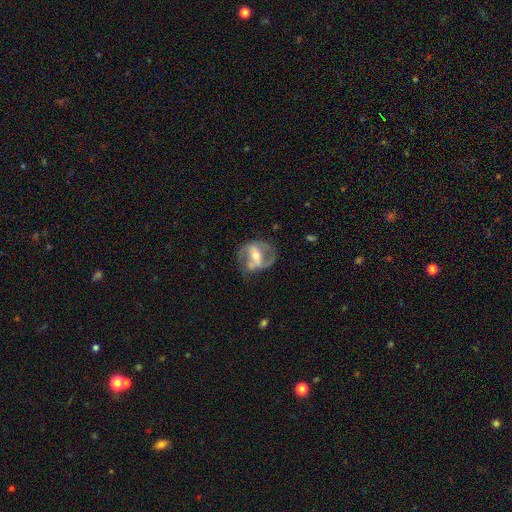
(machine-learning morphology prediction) Overall: featured or disk (77%). Edge-on disk: no (94%). Bar: strong (53%; weak 30%). Spiral arms: yes (72%). Spiral arm count: 2 (76%). Spiral winding: medium (45%; loose 33%). Bulge size: moderate (59%; small 33%). Merging: none (55%; minor disturbance 22%).